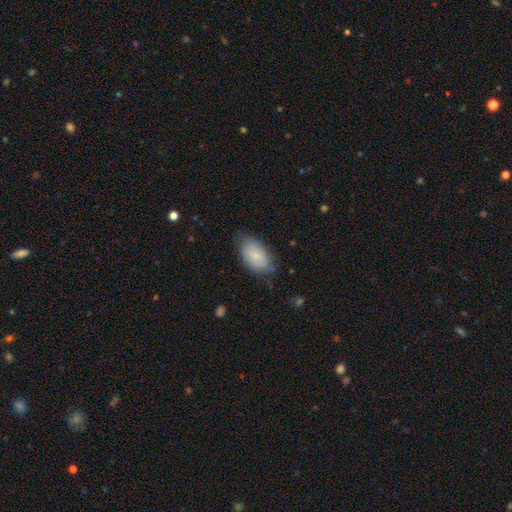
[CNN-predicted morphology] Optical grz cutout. It shows a smooth galaxy with no disk features (75%) that is in between round and cigar-shaped (93%). Merging: none (65%).